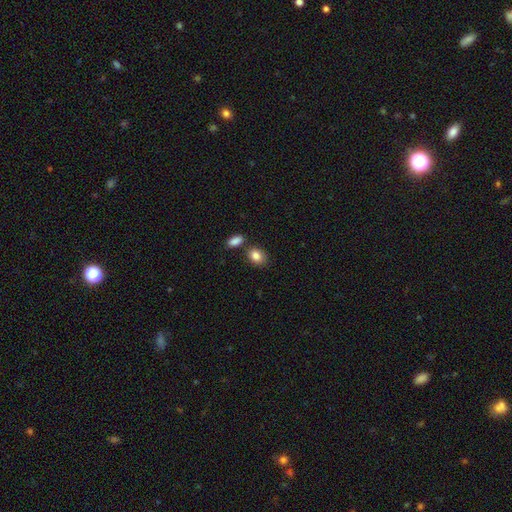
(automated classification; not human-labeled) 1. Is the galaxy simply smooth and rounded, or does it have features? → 86% smooth, 8% star or artifact, 6% featured or disk.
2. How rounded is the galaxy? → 72% in between, 26% round, 1% cigar-shaped.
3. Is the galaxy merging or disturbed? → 70% none, 14% merger, 13% minor disturbance, 3% major disturbance.